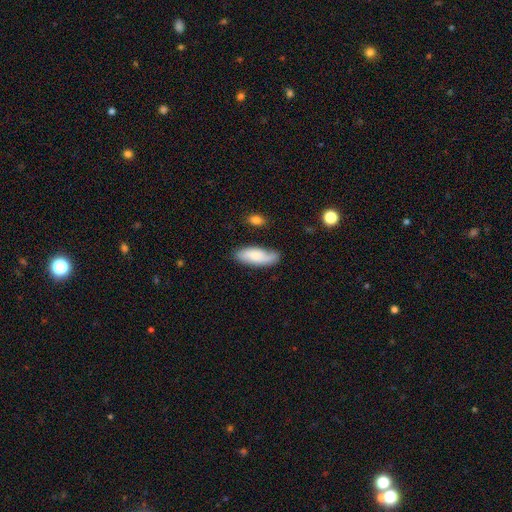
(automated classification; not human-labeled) A smooth galaxy with no disk features (70%) that is in between round and cigar-shaped (76%). Merging: none (68%).